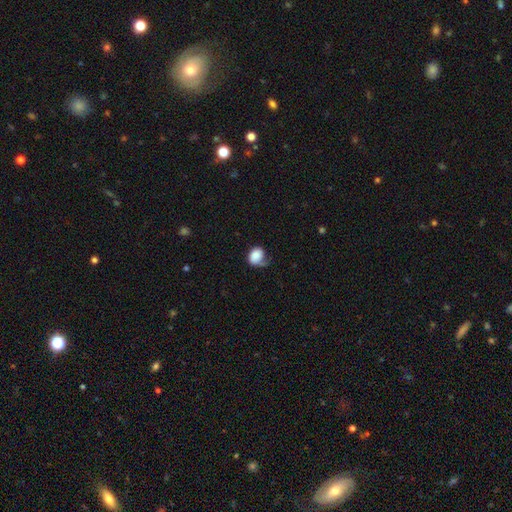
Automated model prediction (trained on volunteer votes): smooth_or_featured: smooth (p=0.75) [alt: featured or disk p=0.18]
how_rounded: in between (p=0.51) [alt: round p=0.48]
merging: none (p=0.38) [alt: minor disturbance p=0.30]